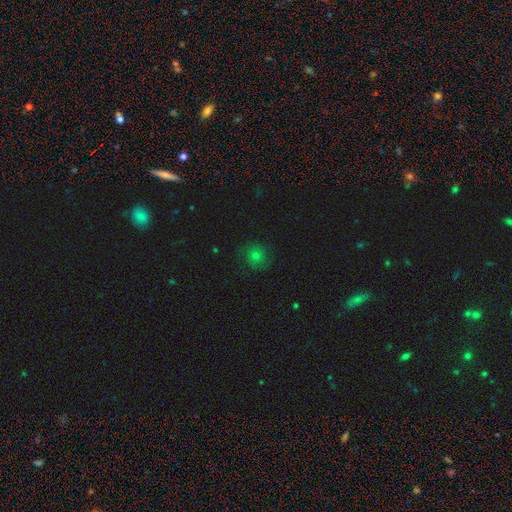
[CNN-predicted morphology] A smooth galaxy with no disk features (56%) that is round (88%).

Vote fractions:
- Smooth or featured? smooth: 56% / star or artifact: 26% / featured or disk: 17%
- How rounded? round: 88% / in between: 11% / cigar-shaped: 1%
- Merging? none: 82% / minor disturbance: 13% / major disturbance: 4% / merger: 1%